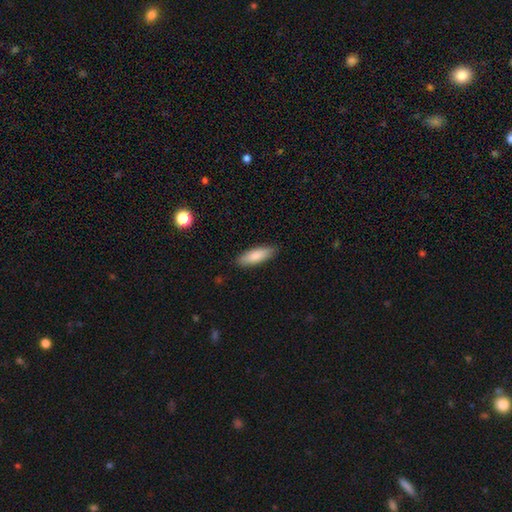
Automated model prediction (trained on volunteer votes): A smooth galaxy with no disk features (85%) that is in between round and cigar-shaped (58%). Merging: none (88%).